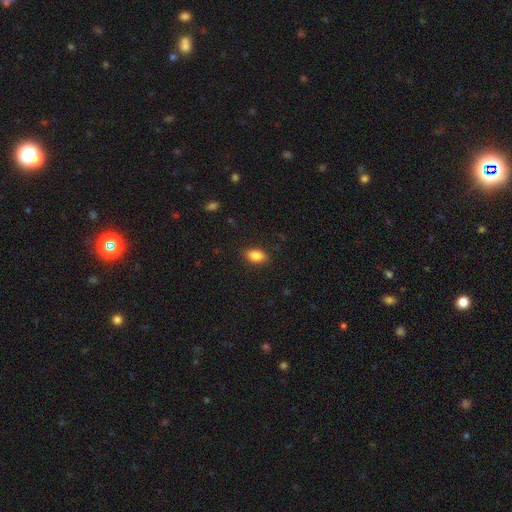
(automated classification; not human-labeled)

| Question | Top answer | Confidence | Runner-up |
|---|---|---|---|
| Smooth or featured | smooth | 85% | star or artifact (9%) |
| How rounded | in between | 87% | round (11%) |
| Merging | none | 87% | minor disturbance (10%) |